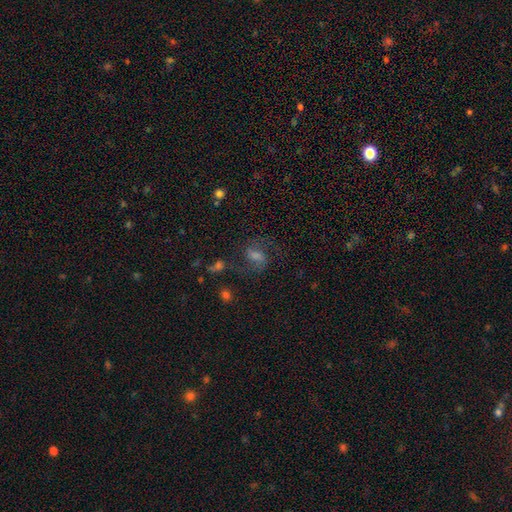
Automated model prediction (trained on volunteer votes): Smooth or featured? Predicted: featured or disk (p=0.58). Edge-on disk? Predicted: no (p=0.96). Bar? Predicted: weak (p=0.50). Spiral arms? Predicted: yes (p=0.90). Spiral winding? Predicted: medium (p=0.51). Spiral arm count? Predicted: 2 (p=0.89). Bulge size? Predicted: moderate (p=0.39). Merging? Predicted: none (p=0.67).